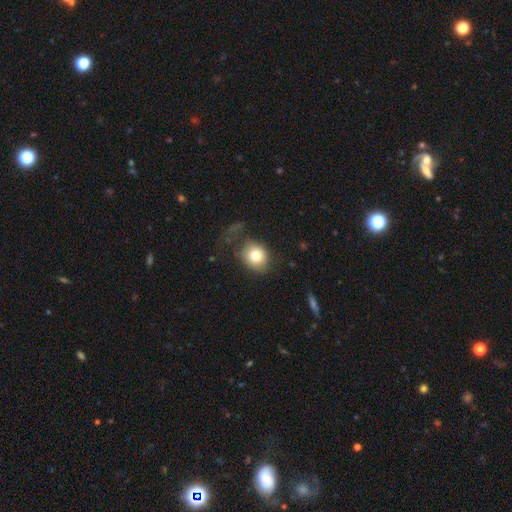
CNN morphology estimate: The model was most divided on "merging": none: 50%, major disturbance: 24%, minor disturbance: 24%, merger: 3%. More confident: smooth or featured — smooth (78%); how rounded — round (69%).